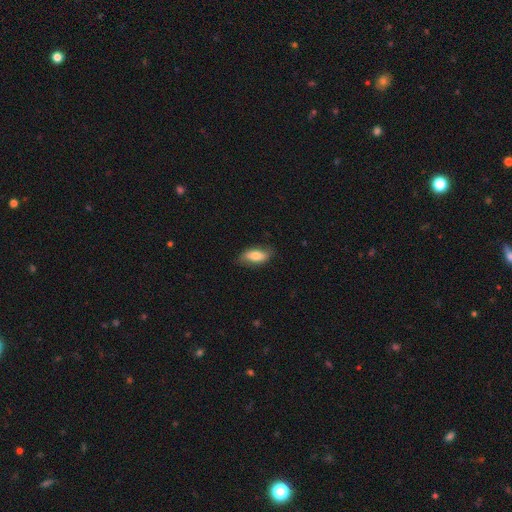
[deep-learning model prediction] The model was most divided on "smooth or featured": smooth: 73%, featured or disk: 21%, star or artifact: 6%. More confident: how rounded — in between (84%); merging — none (76%).